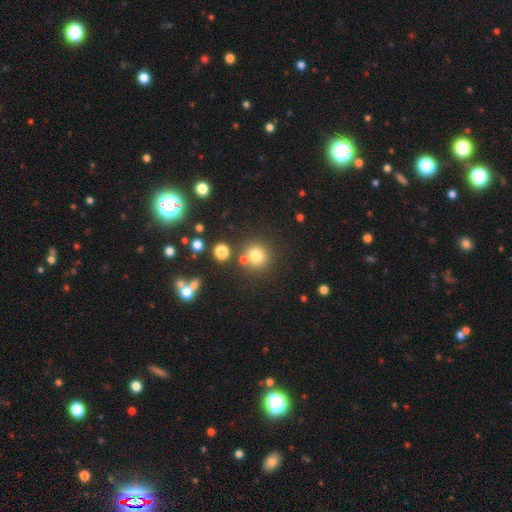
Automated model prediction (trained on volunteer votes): Smooth or featured: smooth — 76% (star or artifact — 15%)
How rounded: round — 92% (in between — 7%)
Merging: none — 74% (merger — 15%)